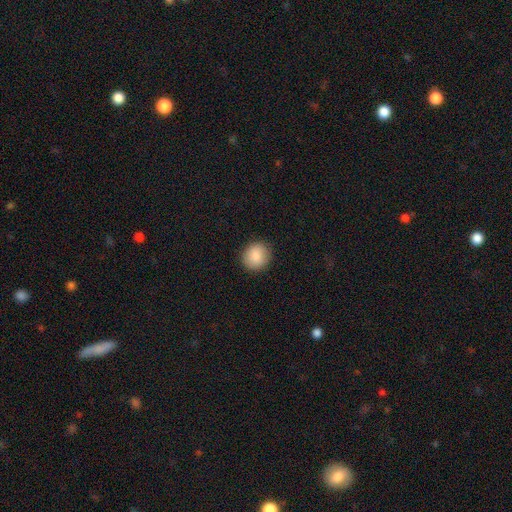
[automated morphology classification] Smooth or featured? smooth (88%)
How rounded? round (81%)
Merging? none (90%)